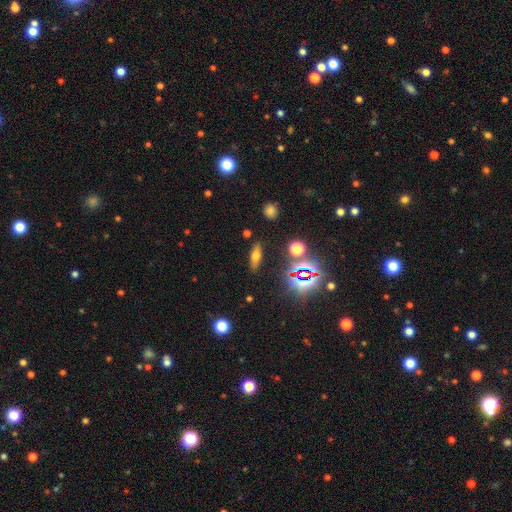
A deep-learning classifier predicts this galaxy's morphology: The model was most divided on "how rounded": in between: 56%, cigar-shaped: 36%, round: 8%. More confident: merging — none (86%); smooth or featured — smooth (51%).